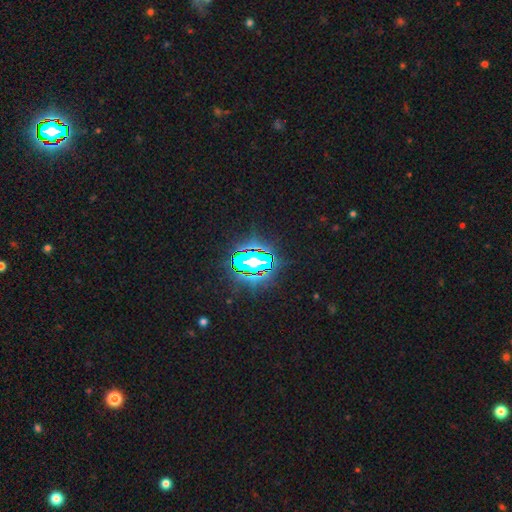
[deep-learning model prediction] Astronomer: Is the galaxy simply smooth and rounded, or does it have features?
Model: star or artifact — 81%.